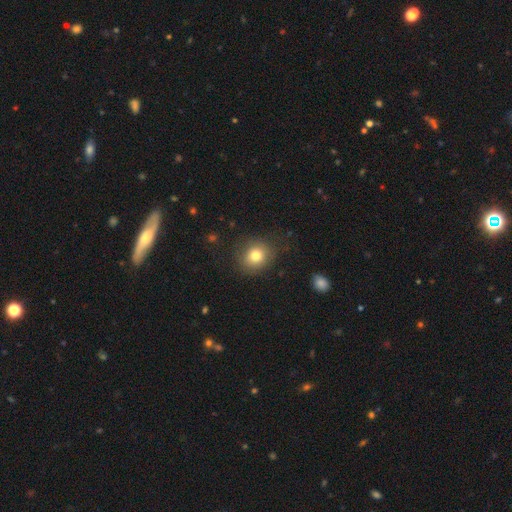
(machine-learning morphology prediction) Smooth or featured? smooth (78%)
How rounded? round (75%)
Merging? none (78%)